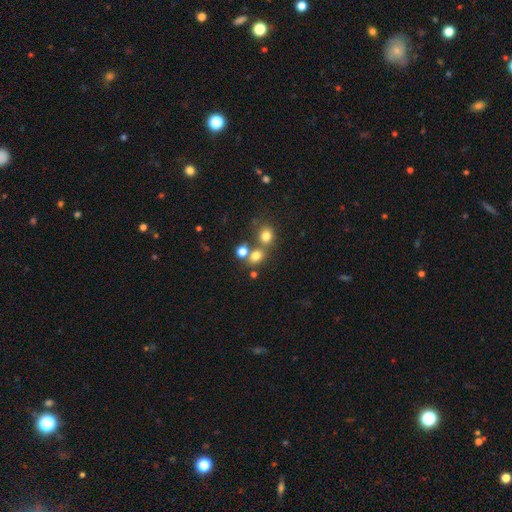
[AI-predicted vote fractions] A smooth galaxy with no disk features (73%) that is round (69%).

Vote fractions:
- Smooth or featured? smooth: 73% / star or artifact: 17% / featured or disk: 10%
- How rounded? round: 69% / in between: 30% / cigar-shaped: 1%
- Merging? none: 52% / merger: 35% / minor disturbance: 9% / major disturbance: 5%